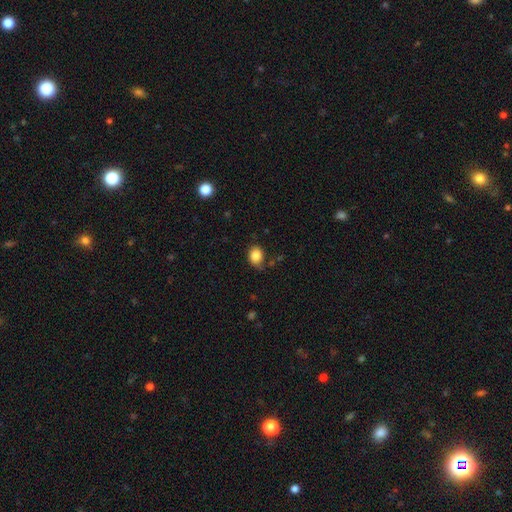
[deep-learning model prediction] This appears to be a smooth galaxy with no disk features (84%) that is in between round and cigar-shaped (58%). Merging: none (70%).